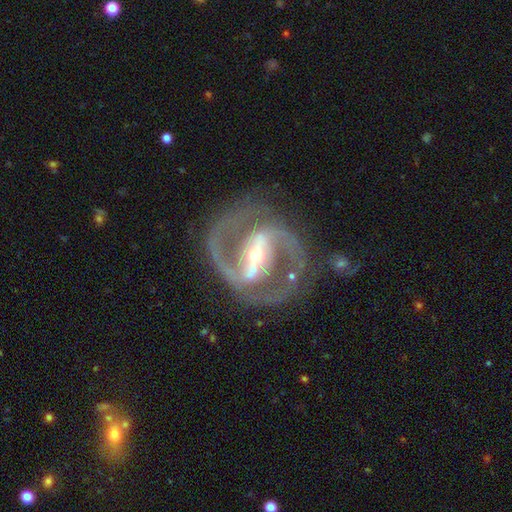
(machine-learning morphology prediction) smooth_or_featured: featured or disk (p=0.92) [alt: star or artifact p=0.05]
disk_edge_on: no (p=0.97) [alt: yes p=0.03]
bar: strong (p=0.75) [alt: weak p=0.18]
has_spiral_arms: yes (p=0.96) [alt: no p=0.04]
spiral_winding: medium (p=0.63) [alt: tight p=0.23]
spiral_arm_count: 2 (p=0.93) [alt: can't tell p=0.02]
bulge_size: small (p=0.68) [alt: moderate p=0.27]
merging: none (p=0.77) [alt: minor disturbance p=0.12]